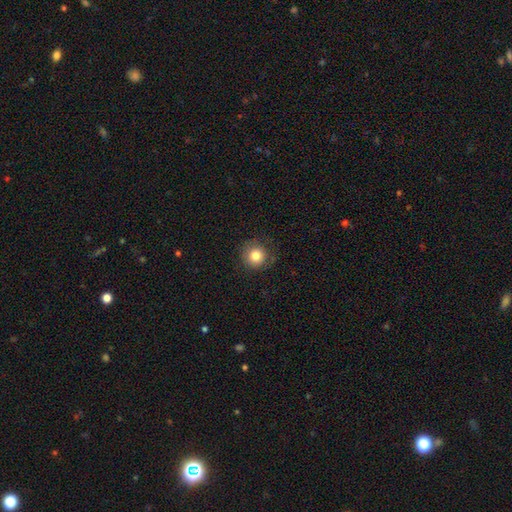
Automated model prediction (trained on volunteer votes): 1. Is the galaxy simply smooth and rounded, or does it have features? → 83% smooth, 10% star or artifact, 7% featured or disk.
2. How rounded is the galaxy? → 94% round, 5% in between, 1% cigar-shaped.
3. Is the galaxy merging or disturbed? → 83% none, 12% minor disturbance, 4% major disturbance, 1% merger.